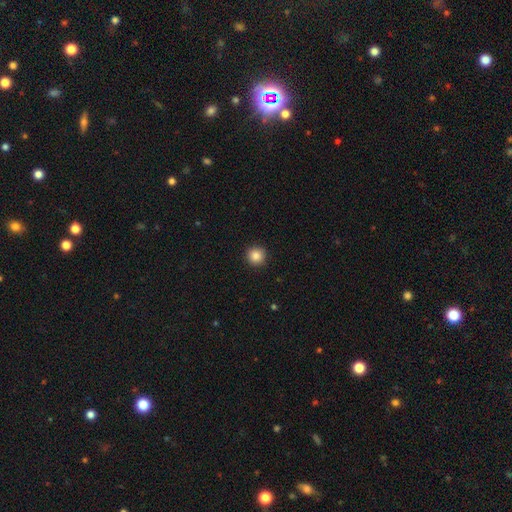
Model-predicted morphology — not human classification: A smooth galaxy with no disk features (85%) that is round (95%). Merging: none (92%).